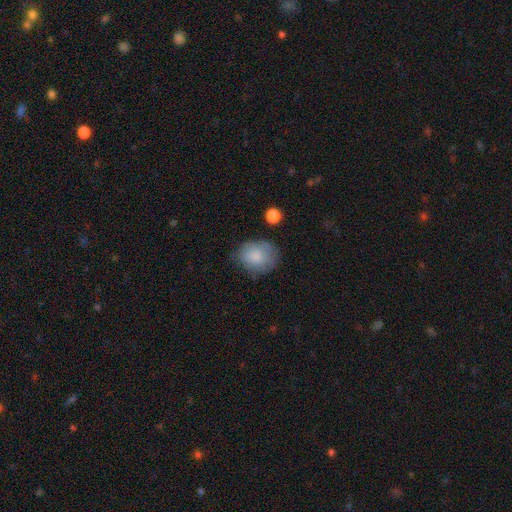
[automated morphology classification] Overall: smooth (79%). How rounded: round (57%; in between 42%). Merging: none (64%; minor disturbance 26%).